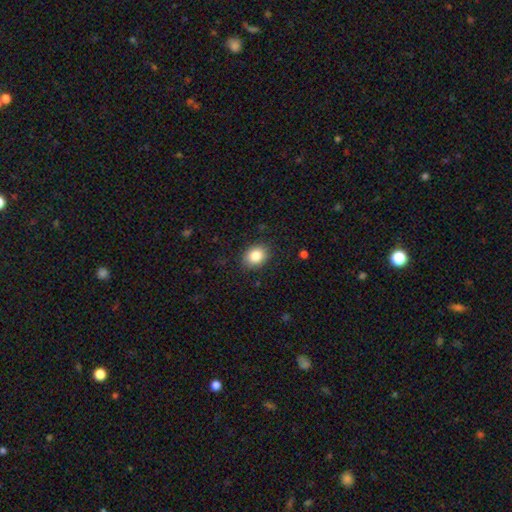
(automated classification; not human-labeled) Smooth or featured?
  - smooth: 85% *
  - star or artifact: 9%
  - featured or disk: 6%
How rounded?
  - in between: 57% *
  - round: 43%
  - cigar-shaped: 1%
Merging?
  - none: 86% *
  - minor disturbance: 10%
  - major disturbance: 3%
  - merger: 1%